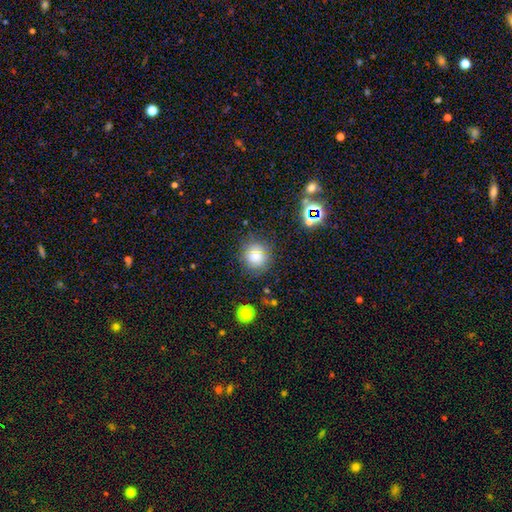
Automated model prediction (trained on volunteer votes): Morphology: type=smooth (76%); roundness=round (89%); merging=none (80%).